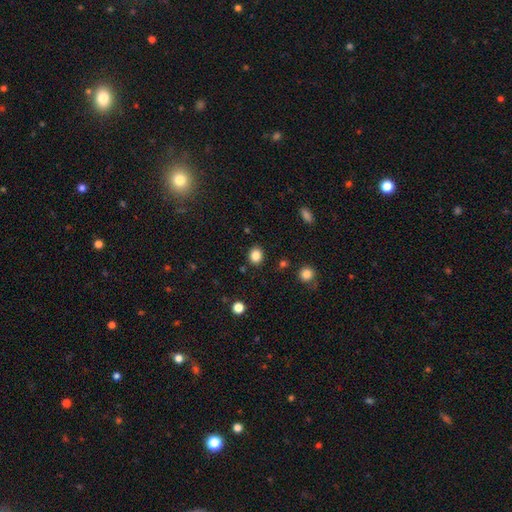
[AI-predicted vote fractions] Morphology: type=smooth (84%); roundness=round (66%); merging=none (88%).